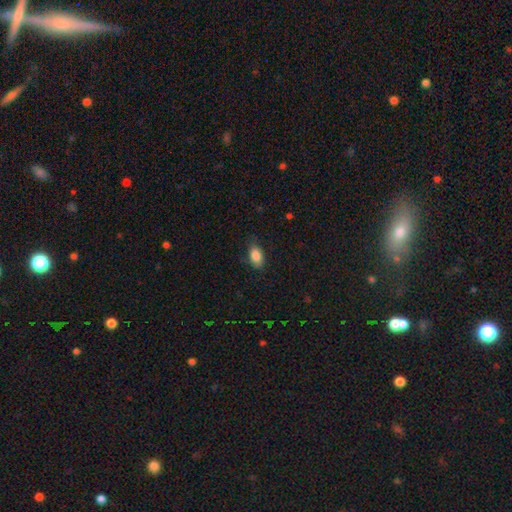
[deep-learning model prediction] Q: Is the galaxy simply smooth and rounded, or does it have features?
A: smooth — 86%.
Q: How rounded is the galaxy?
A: in between — 90%.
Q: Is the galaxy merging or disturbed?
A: none — 74%.